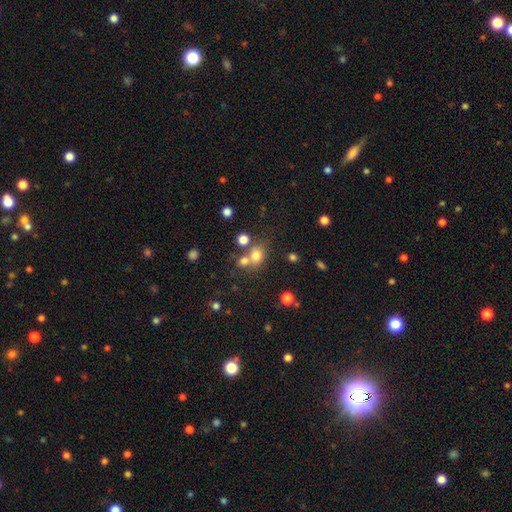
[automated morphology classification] This appears to be a smooth galaxy with no disk features (73%) that is round (64%). Merging: none (51%).